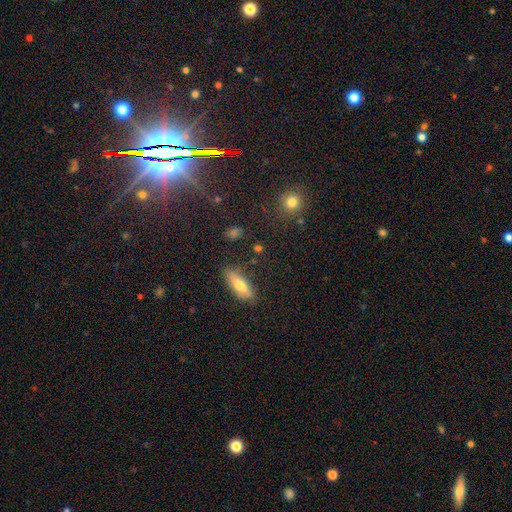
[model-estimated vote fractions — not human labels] Q: Smooth or featured?
A: star or artifact (38%); runner-up: smooth (36%)